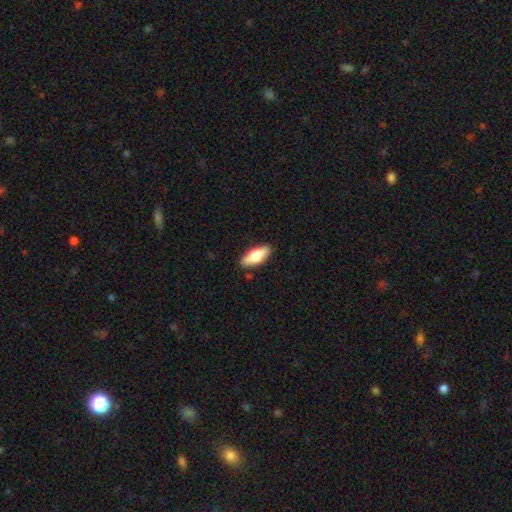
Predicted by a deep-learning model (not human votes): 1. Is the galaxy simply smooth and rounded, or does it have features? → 70% smooth, 24% featured or disk, 6% star or artifact.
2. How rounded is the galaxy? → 72% in between, 25% cigar-shaped, 2% round.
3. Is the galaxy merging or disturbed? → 88% none, 9% minor disturbance, 2% major disturbance, 1% merger.